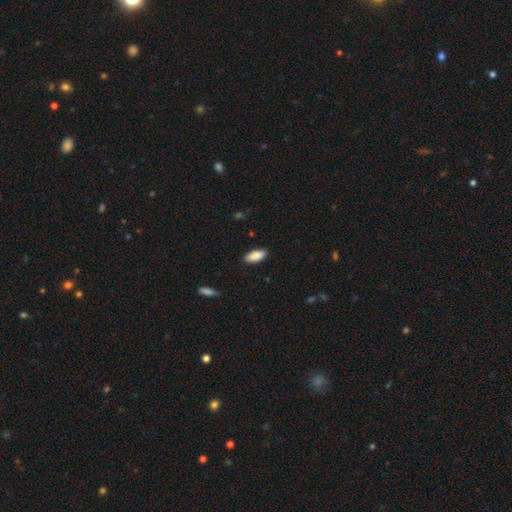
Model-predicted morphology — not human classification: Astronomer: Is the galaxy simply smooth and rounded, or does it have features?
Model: smooth — 89%.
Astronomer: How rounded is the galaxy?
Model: in between — 88%.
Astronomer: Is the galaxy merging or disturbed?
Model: none — 88%.